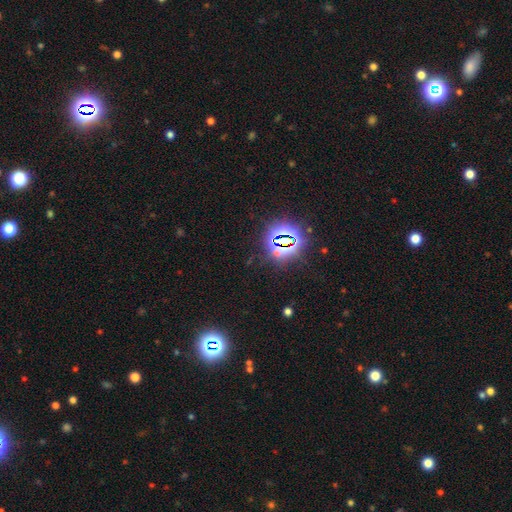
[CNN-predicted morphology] A star or artifact, not a galaxy (83%).